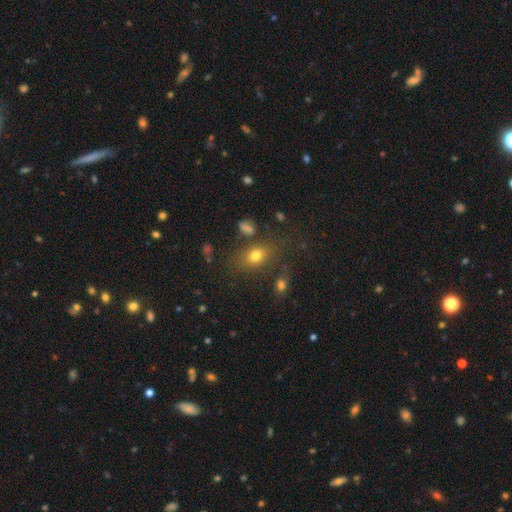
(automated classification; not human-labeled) Smooth or featured?
  - smooth: 74% *
  - star or artifact: 14%
  - featured or disk: 12%
How rounded?
  - in between: 73% *
  - round: 24%
  - cigar-shaped: 3%
Merging?
  - none: 70% *
  - minor disturbance: 15%
  - merger: 8%
  - major disturbance: 7%